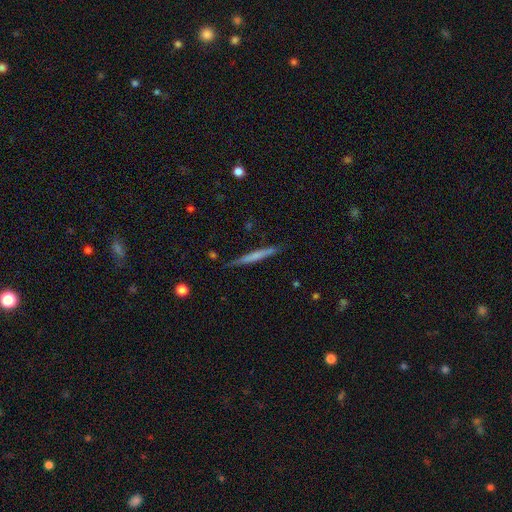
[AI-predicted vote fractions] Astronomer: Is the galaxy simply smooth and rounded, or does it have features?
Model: smooth — 51% (runner-up: featured or disk, 43%).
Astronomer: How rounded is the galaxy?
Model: cigar-shaped — 96%.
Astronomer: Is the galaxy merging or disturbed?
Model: none — 84%.